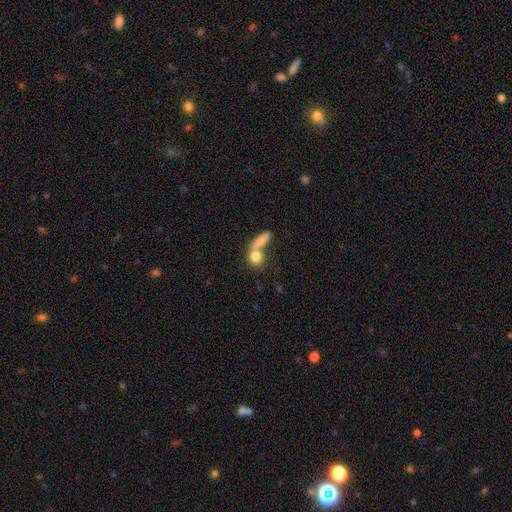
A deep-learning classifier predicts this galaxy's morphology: Overall: smooth (80%). How rounded: round (51%; in between 40%). Merging: merger (58%; none 30%).